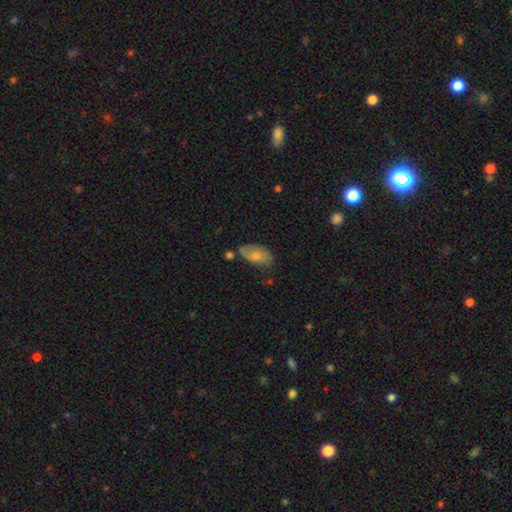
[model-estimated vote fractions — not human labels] A smooth galaxy with no disk features (56%) that is in between round and cigar-shaped (91%). Merging: none (64%).